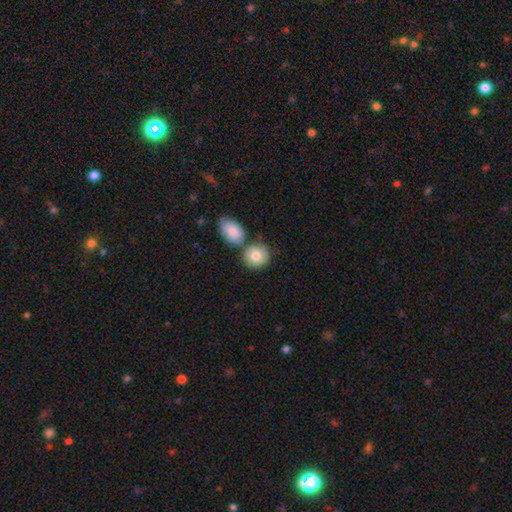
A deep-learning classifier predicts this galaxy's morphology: A smooth galaxy with no disk features (82%) that is round (74%). Merging: none (56%).